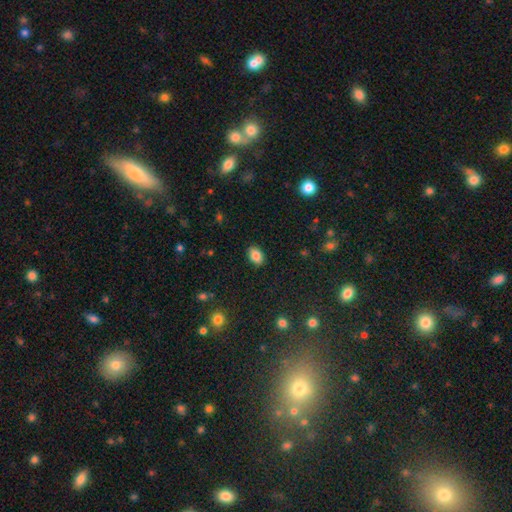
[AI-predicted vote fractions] smooth_or_featured: smooth (p=0.86) [alt: star or artifact p=0.09]
how_rounded: in between (p=0.84) [alt: round p=0.15]
merging: none (p=0.87) [alt: minor disturbance p=0.09]